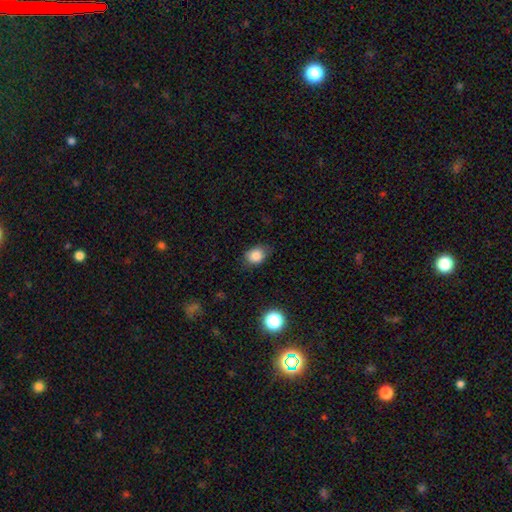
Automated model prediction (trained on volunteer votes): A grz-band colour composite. It shows a smooth galaxy with no disk features (85%) that is in between round and cigar-shaped (55%). Merging: none (73%).